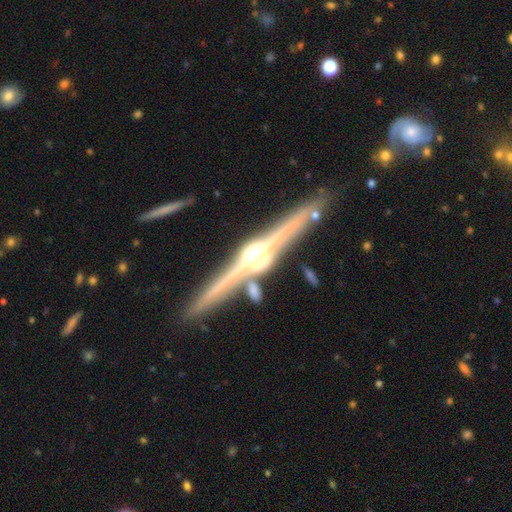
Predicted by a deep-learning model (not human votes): Smooth or featured? featured or disk (88%)
Edge-on disk? yes (98%)
Edge-on bulge? rounded (92%)
Merging? none (85%)